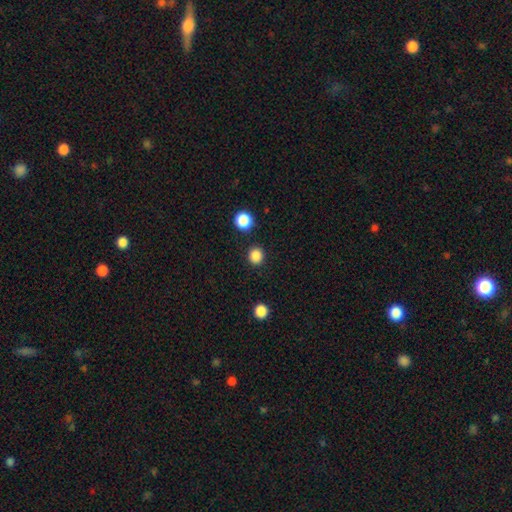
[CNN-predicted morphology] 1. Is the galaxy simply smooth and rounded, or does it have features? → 86% smooth, 11% star or artifact, 3% featured or disk.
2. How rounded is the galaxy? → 88% round, 11% in between, 1% cigar-shaped.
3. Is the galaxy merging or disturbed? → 89% none, 6% minor disturbance, 3% merger, 2% major disturbance.